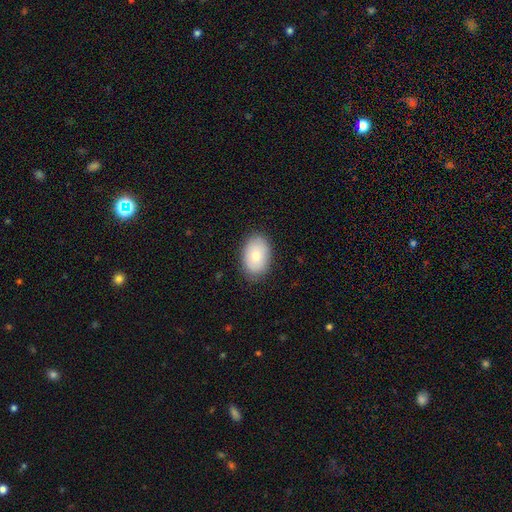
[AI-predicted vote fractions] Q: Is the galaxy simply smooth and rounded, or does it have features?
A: smooth — 78%.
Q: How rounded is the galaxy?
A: in between — 85%.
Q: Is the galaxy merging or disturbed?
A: none — 83%.